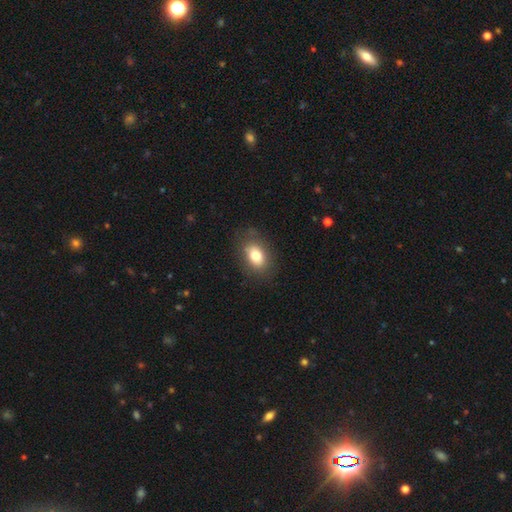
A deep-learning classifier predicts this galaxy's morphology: This is likely a smooth galaxy (78%). How rounded: clearly in between (82%). Merging: likely none (79%).